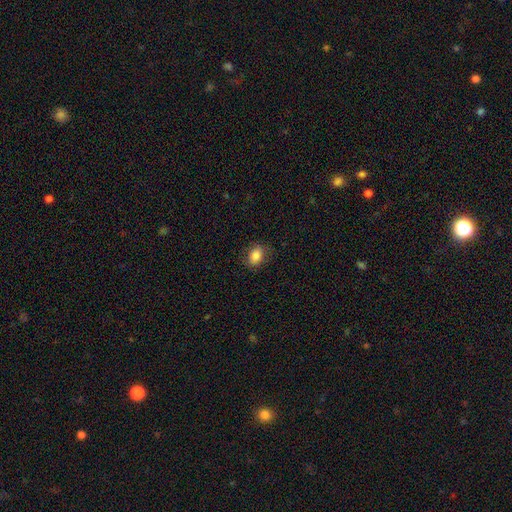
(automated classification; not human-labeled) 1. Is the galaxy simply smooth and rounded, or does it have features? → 83% smooth, 9% star or artifact, 8% featured or disk.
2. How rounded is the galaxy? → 64% in between, 35% round, 1% cigar-shaped.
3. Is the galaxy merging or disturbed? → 80% none, 15% minor disturbance, 5% major disturbance, 1% merger.